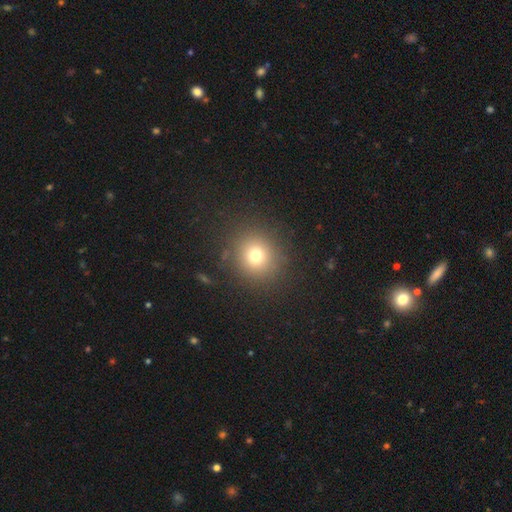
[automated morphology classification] Smooth or featured?
  - smooth: 74% *
  - star or artifact: 17%
  - featured or disk: 10%
How rounded?
  - round: 90% *
  - in between: 9%
  - cigar-shaped: 1%
Merging?
  - none: 87% *
  - minor disturbance: 7%
  - major disturbance: 4%
  - merger: 2%